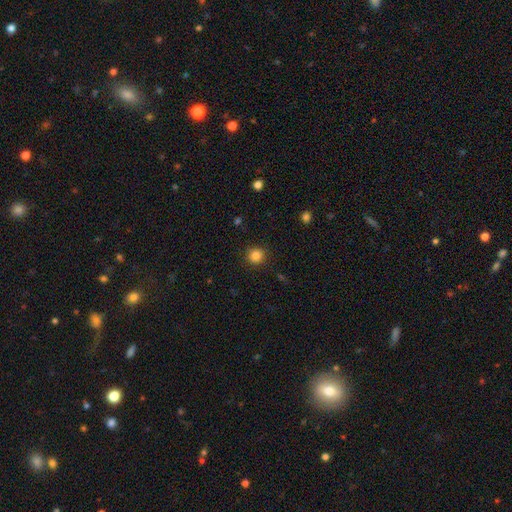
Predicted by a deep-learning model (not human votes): Smooth or featured?
  - smooth: 84% *
  - star or artifact: 12%
  - featured or disk: 4%
How rounded?
  - round: 92% *
  - in between: 7%
  - cigar-shaped: 1%
Merging?
  - none: 90% *
  - minor disturbance: 7%
  - major disturbance: 2%
  - merger: 1%